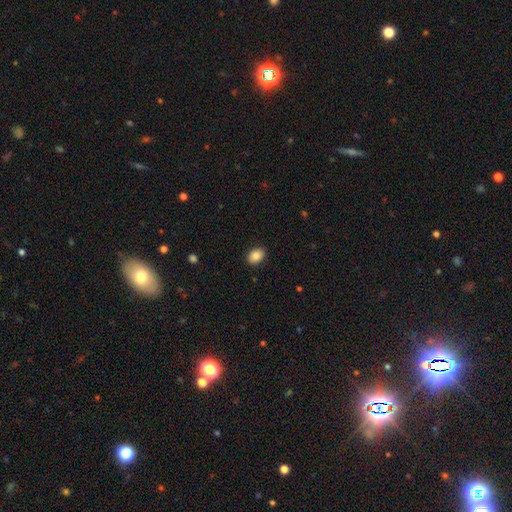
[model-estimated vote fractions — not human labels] smooth-or-featured: smooth: 86% | star or artifact: 8% | featured or disk: 6%
  how-rounded: in between: 73% | round: 26% | cigar-shaped: 1%
  merging: none: 89% | minor disturbance: 8% | major disturbance: 2% | merger: 1%